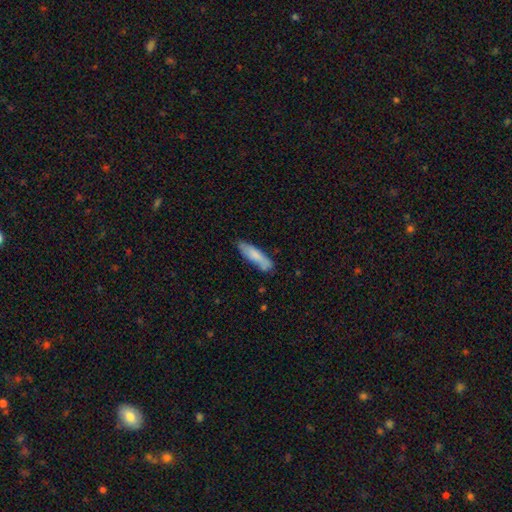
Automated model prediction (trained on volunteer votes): The model was most divided on "how rounded": cigar-shaped: 70%, in between: 29%, round: 2%. More confident: smooth or featured — smooth (77%); merging — none (72%).